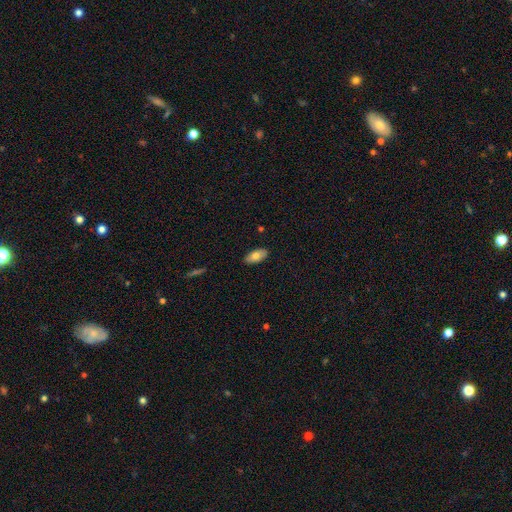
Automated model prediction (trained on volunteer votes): smooth_or_featured: smooth (p=0.75) [alt: featured or disk p=0.19]
how_rounded: in between (p=0.92) [alt: cigar-shaped p=0.05]
merging: none (p=0.88) [alt: minor disturbance p=0.10]